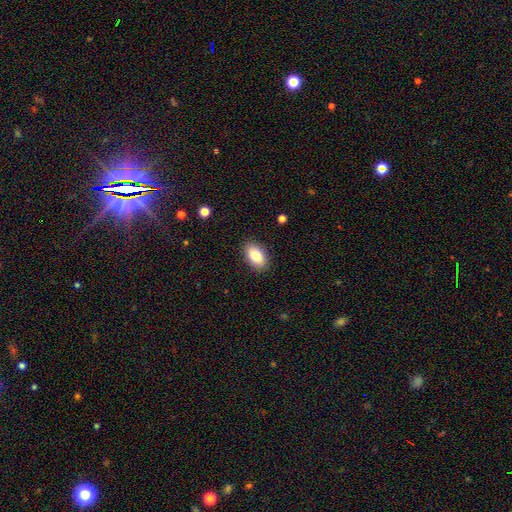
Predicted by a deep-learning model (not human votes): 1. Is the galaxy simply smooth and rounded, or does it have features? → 84% smooth, 9% featured or disk, 7% star or artifact.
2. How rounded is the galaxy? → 92% in between, 7% round, 2% cigar-shaped.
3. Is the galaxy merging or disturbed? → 88% none, 8% minor disturbance, 2% major disturbance, 1% merger.